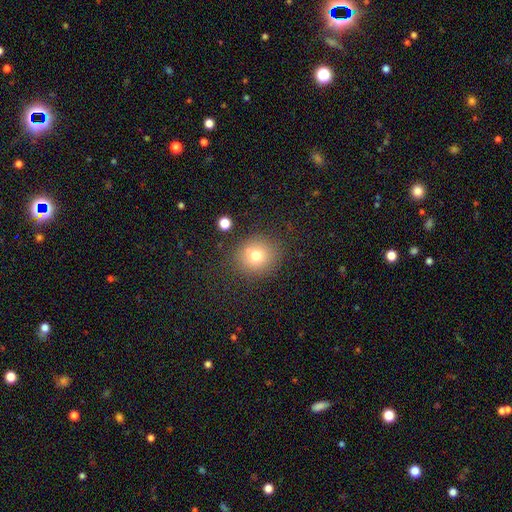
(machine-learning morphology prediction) type=smooth (73%); roundness=round (85%); merging=none (80%).